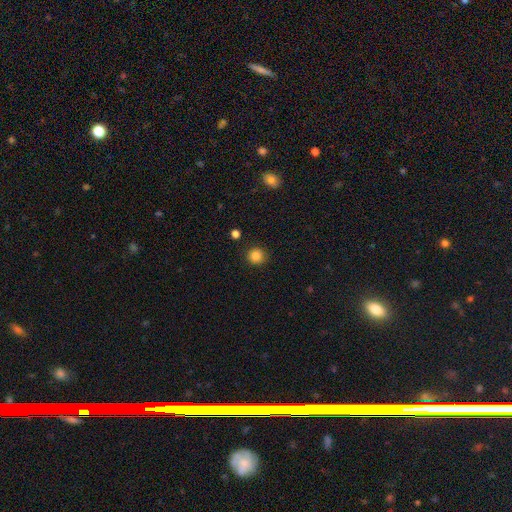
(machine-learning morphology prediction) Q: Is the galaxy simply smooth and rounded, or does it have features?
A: smooth — 84%.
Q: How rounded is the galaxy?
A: round — 93%.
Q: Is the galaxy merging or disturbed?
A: none — 88%.